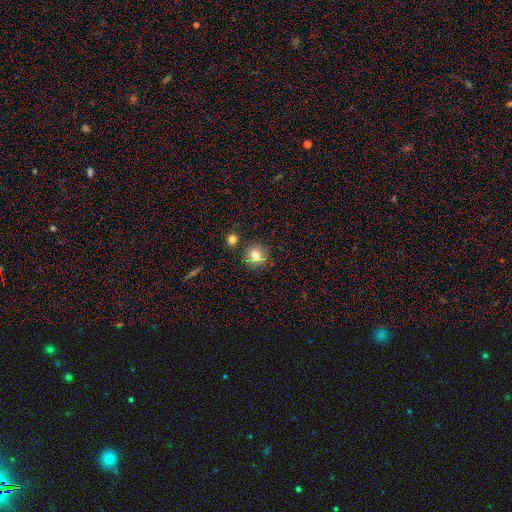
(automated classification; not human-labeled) Smooth or featured?
  - smooth: 76% *
  - star or artifact: 13%
  - featured or disk: 11%
How rounded?
  - round: 87% *
  - in between: 12%
  - cigar-shaped: 1%
Merging?
  - none: 81% *
  - minor disturbance: 10%
  - merger: 6%
  - major disturbance: 3%